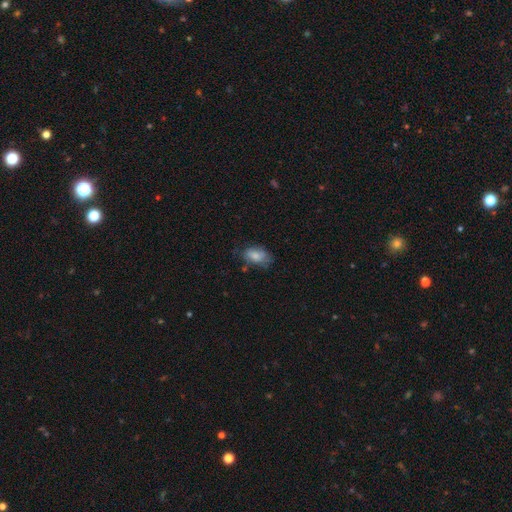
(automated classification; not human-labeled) Smooth or featured?
  - smooth: 78% *
  - featured or disk: 15%
  - star or artifact: 8%
How rounded?
  - in between: 89% *
  - round: 9%
  - cigar-shaped: 2%
Merging?
  - none: 57% *
  - minor disturbance: 30%
  - major disturbance: 11%
  - merger: 3%